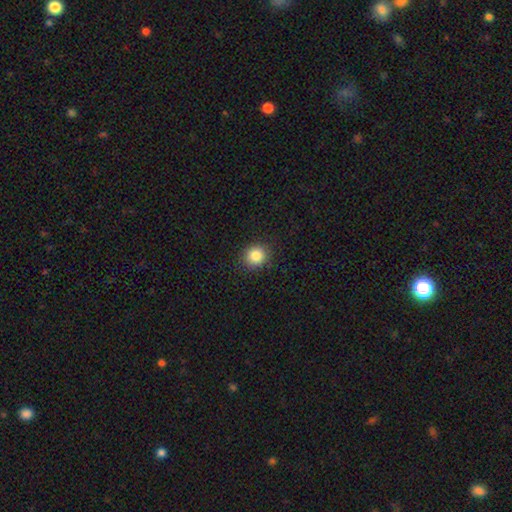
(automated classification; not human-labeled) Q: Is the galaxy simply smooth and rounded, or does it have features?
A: smooth — 85%.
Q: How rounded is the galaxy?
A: round — 85%.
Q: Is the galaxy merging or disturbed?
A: none — 89%.